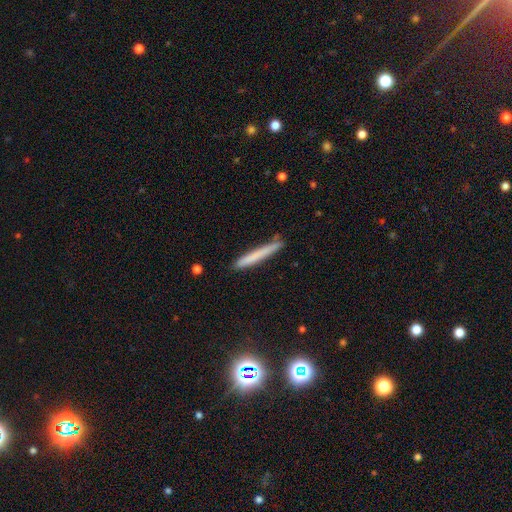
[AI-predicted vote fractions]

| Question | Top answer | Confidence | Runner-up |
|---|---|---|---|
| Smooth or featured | smooth | 68% | featured or disk (24%) |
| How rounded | cigar-shaped | 97% | in between (2%) |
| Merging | none | 83% | minor disturbance (13%) |